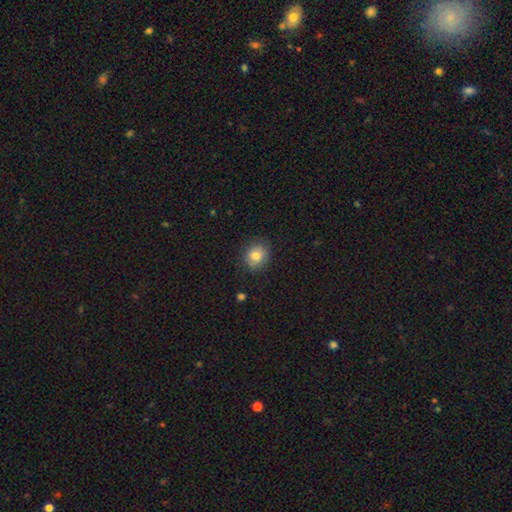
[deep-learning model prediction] smooth 79%, featured or disk 11%, star or artifact 10%. Down the decision tree: how rounded — round (70%); merging — none (82%).